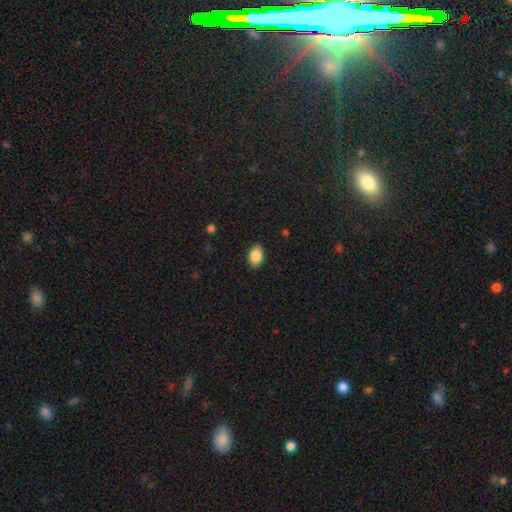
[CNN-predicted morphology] type=smooth (89%); roundness=in between (88%); merging=none (89%).